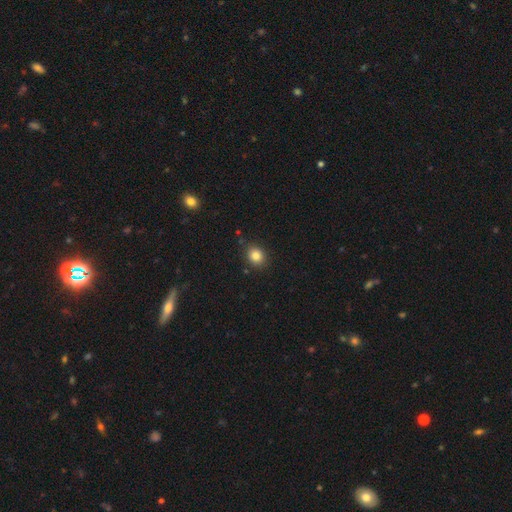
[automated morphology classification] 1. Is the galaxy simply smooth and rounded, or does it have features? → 84% smooth, 11% star or artifact, 5% featured or disk.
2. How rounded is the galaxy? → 70% round, 29% in between, 1% cigar-shaped.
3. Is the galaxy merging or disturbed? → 85% none, 10% minor disturbance, 3% major disturbance, 2% merger.